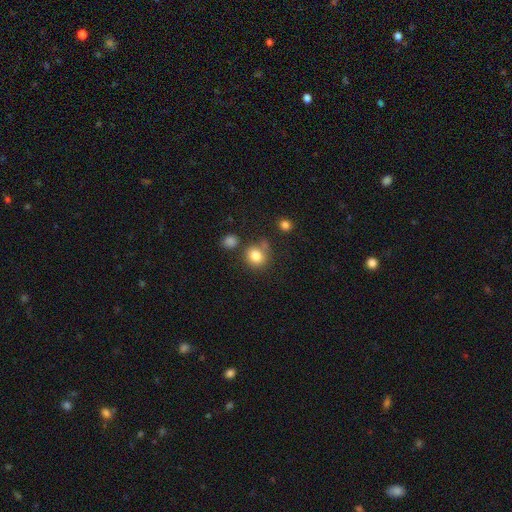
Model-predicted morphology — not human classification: The model was most divided on "merging": none: 64%, minor disturbance: 18%, merger: 12%, major disturbance: 6%. More confident: smooth or featured — smooth (82%); how rounded — round (78%).